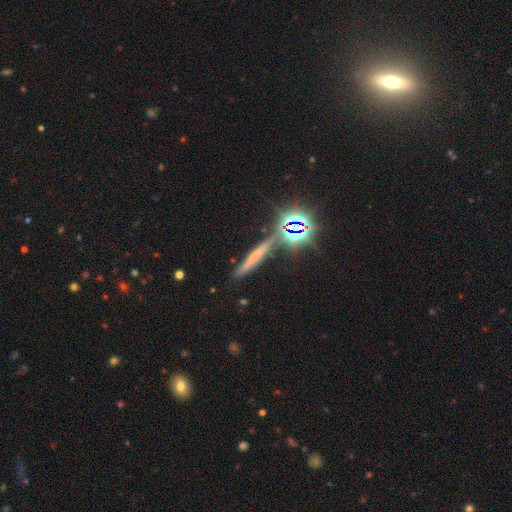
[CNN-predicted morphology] Smooth or featured?
  - smooth: 41% *
  - star or artifact: 33%
  - featured or disk: 27%
Merging?
  - none: 79% *
  - minor disturbance: 11%
  - merger: 6%
  - major disturbance: 4%